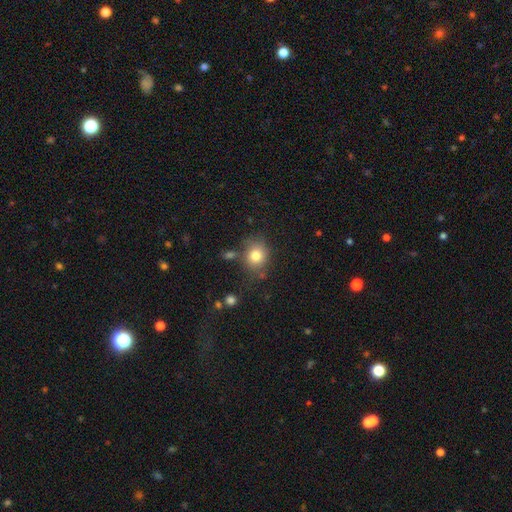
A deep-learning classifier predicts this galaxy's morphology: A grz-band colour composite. It shows a smooth galaxy with no disk features (79%) that is round (75%). Merging: none (71%).